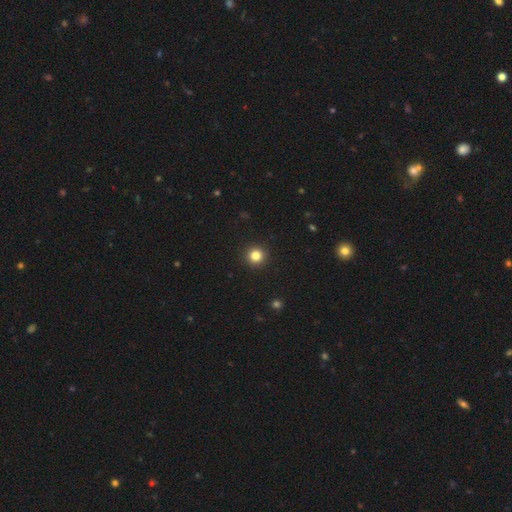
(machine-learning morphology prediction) A smooth galaxy with no disk features (83%) that is round (95%).

Vote fractions:
- Smooth or featured? smooth: 83% / star or artifact: 12% / featured or disk: 5%
- How rounded? round: 95% / in between: 4% / cigar-shaped: 1%
- Merging? none: 93% / minor disturbance: 4% / major disturbance: 2% / merger: 1%